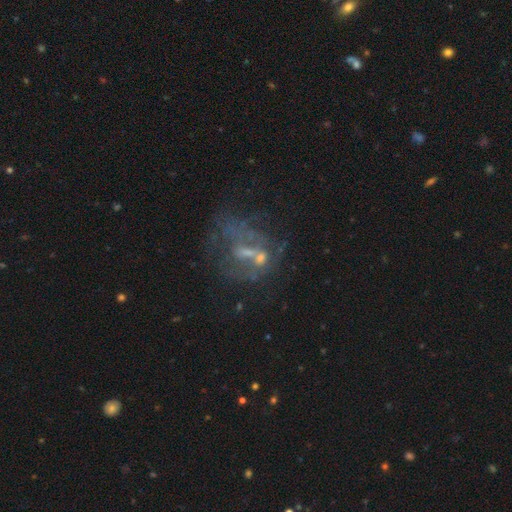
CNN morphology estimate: smooth-or-featured: featured or disk: 60% | star or artifact: 21% | smooth: 19%
  disk-edge-on: no: 96% | yes: 4%
    bar: no: 75% | weak: 19% | strong: 6%
    has-spiral-arms: no: 81% | yes: 19%
    bulge-size: none: 41% | small: 33% | moderate: 23% | large: 3% | dominant: 1%
  merging: none: 35% | major disturbance: 29% | merger: 23% | minor disturbance: 14%